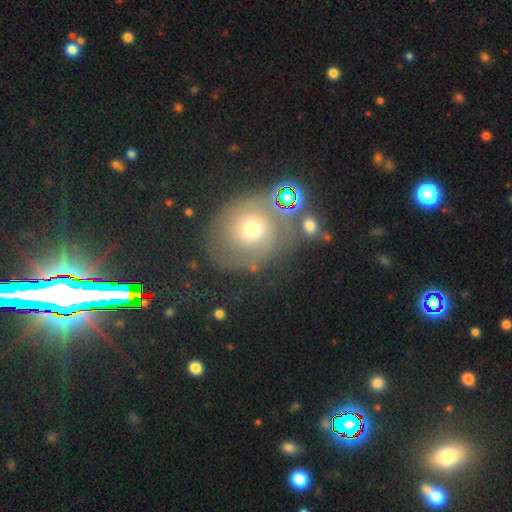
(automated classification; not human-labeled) This appears to be a featured or disk galaxy (46%). Merging: none (68%).